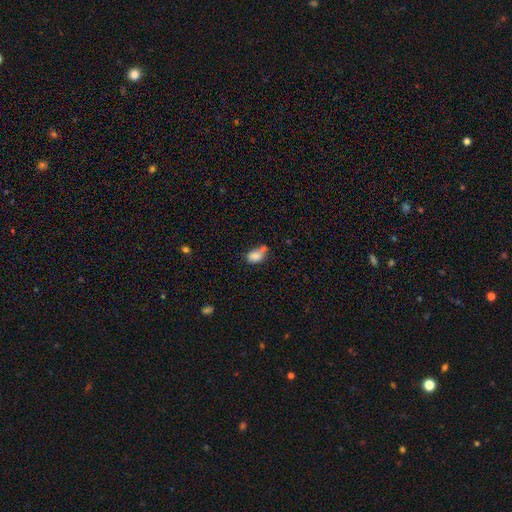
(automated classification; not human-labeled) Smooth or featured? smooth (81%)
How rounded? in between (82%)
Merging? none (30%)